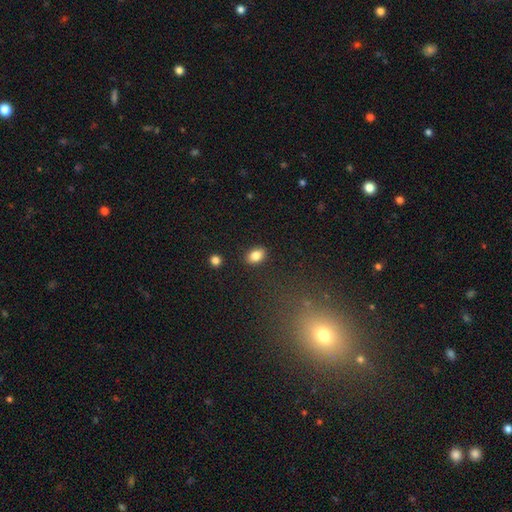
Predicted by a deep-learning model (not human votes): Smooth or featured? smooth (83%)
How rounded? in between (83%)
Merging? none (88%)